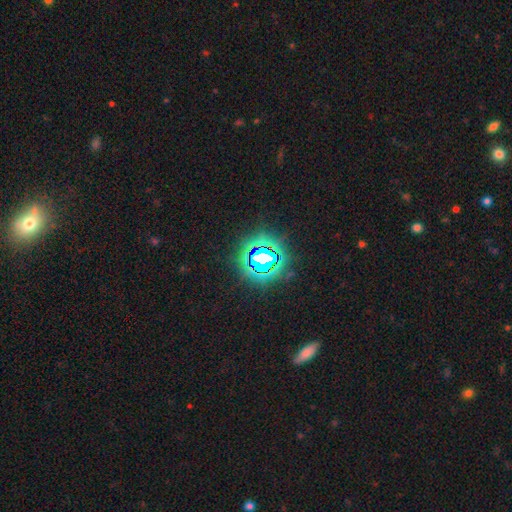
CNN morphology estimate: Smooth or featured? star or artifact (80%)